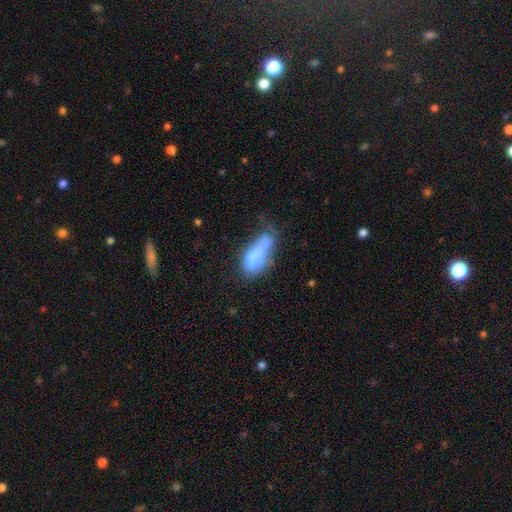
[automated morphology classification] The model was most divided on "merging": minor disturbance: 32%, major disturbance: 27%, none: 26%, merger: 15%. More confident: how rounded — in between (78%); smooth or featured — smooth (66%).